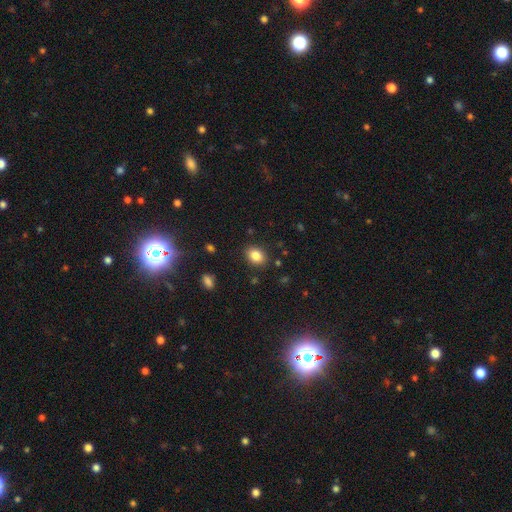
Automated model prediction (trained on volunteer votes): Smooth or featured: smooth — 84% (star or artifact — 10%)
How rounded: in between — 64% (round — 35%)
Merging: none — 87% (minor disturbance — 9%)